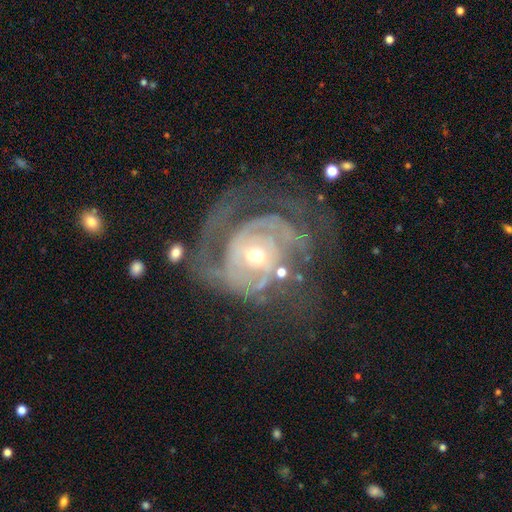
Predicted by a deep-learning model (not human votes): smooth_or_featured: featured or disk (p=0.87) [alt: smooth p=0.06]
disk_edge_on: no (p=0.97) [alt: yes p=0.03]
bar: no (p=0.62) [alt: weak p=0.29]
has_spiral_arms: yes (p=0.94) [alt: no p=0.06]
spiral_winding: tight (p=0.62) [alt: medium p=0.30]
spiral_arm_count: can't tell (p=0.30) [alt: 2 p=0.29]
bulge_size: small (p=0.49) [alt: moderate p=0.46]
merging: none (p=0.48) [alt: major disturbance p=0.28]